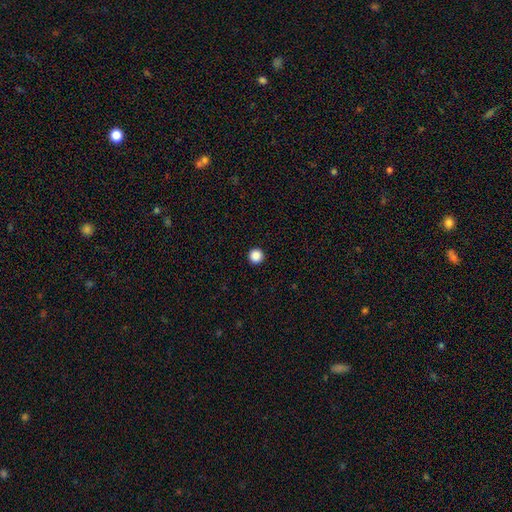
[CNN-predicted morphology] A smooth galaxy with no disk features (88%) that is round (97%).

Vote fractions:
- Smooth or featured? smooth: 88% / star or artifact: 10% / featured or disk: 2%
- How rounded? round: 97% / in between: 2% / cigar-shaped: 1%
- Merging? none: 94% / minor disturbance: 3% / major disturbance: 1% / merger: 1%